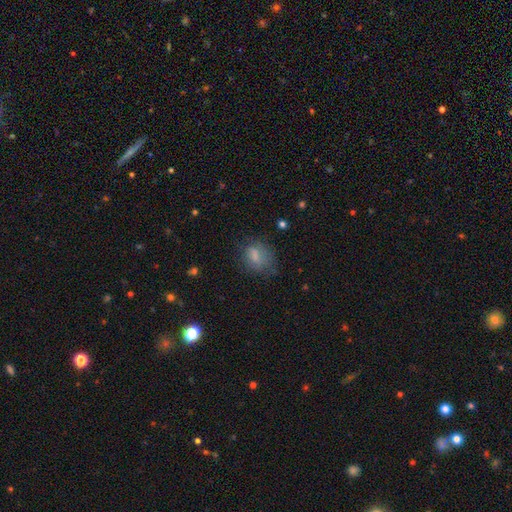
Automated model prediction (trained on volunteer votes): Smooth or featured?
  - smooth: 72% *
  - featured or disk: 17%
  - star or artifact: 11%
How rounded?
  - in between: 66% *
  - round: 31%
  - cigar-shaped: 3%
Merging?
  - none: 51% *
  - minor disturbance: 29%
  - major disturbance: 18%
  - merger: 3%